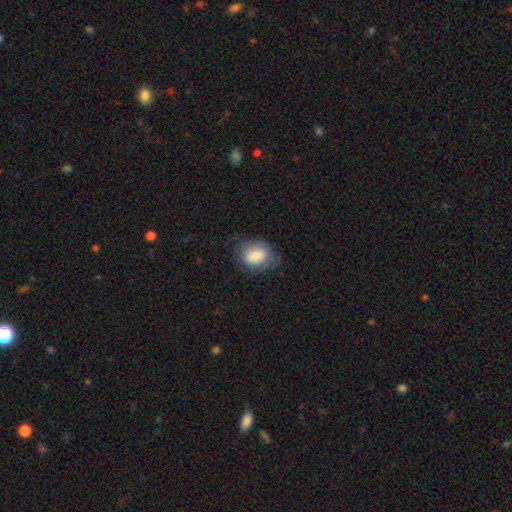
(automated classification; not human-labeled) smooth-or-featured: smooth: 74% | featured or disk: 18% | star or artifact: 8%
  how-rounded: in between: 67% | round: 32% | cigar-shaped: 1%
  merging: none: 63% | minor disturbance: 24% | major disturbance: 12% | merger: 1%